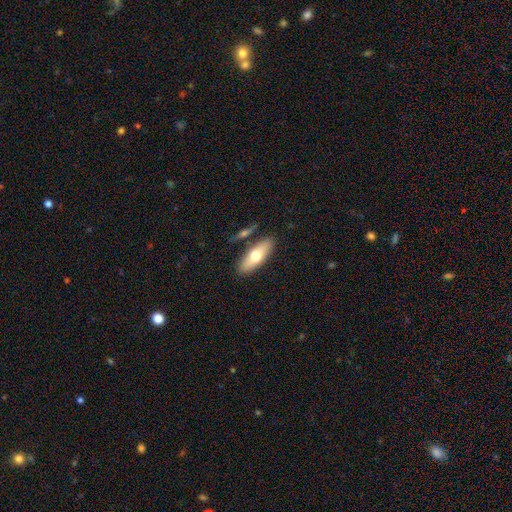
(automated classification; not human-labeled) Smooth or featured? Predicted: smooth (p=0.64). How rounded? Predicted: in between (p=0.65). Merging? Predicted: none (p=0.79).